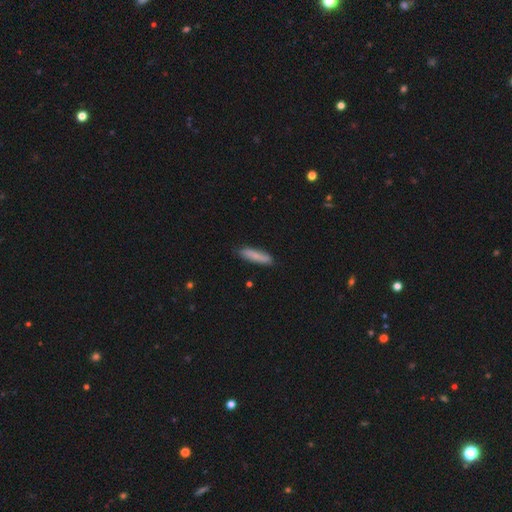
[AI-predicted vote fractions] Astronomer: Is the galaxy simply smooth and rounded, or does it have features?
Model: smooth — 78%.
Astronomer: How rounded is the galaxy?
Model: cigar-shaped — 77%.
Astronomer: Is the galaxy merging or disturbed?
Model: none — 84%.